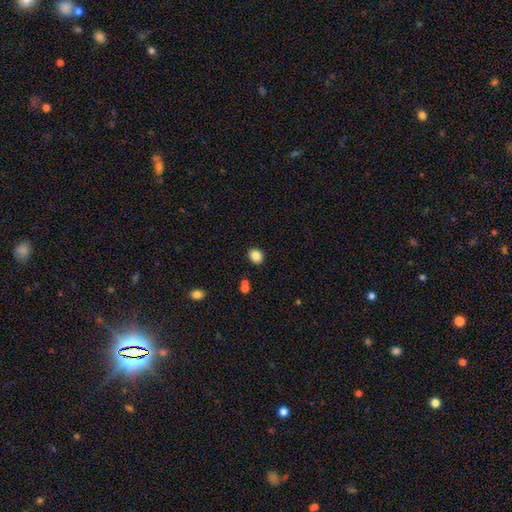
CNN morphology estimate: A smooth galaxy with no disk features (85%) that is round (72%). Merging: none (89%).